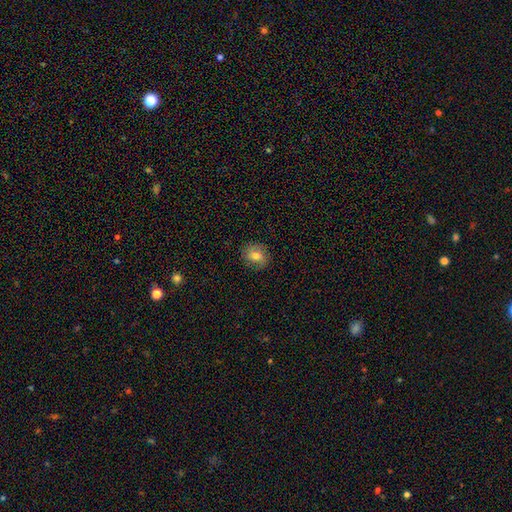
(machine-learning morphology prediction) Overall: smooth (69%). How rounded: round (69%; in between 30%). Merging: none (83%).